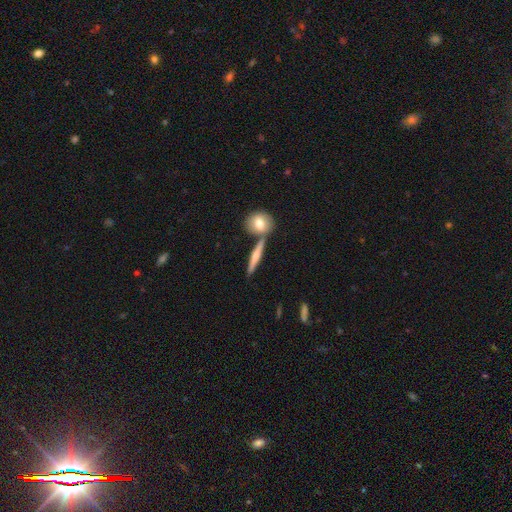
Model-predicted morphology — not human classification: type=featured or disk (48%); merging=none (76%).